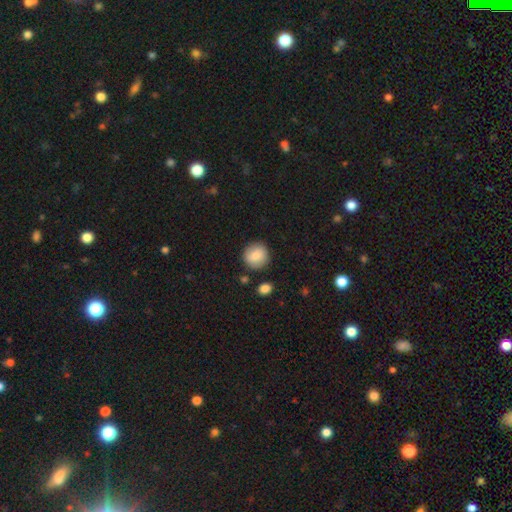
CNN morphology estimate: Smooth or featured?
  - smooth: 83% *
  - featured or disk: 9%
  - star or artifact: 8%
How rounded?
  - round: 92% *
  - in between: 7%
  - cigar-shaped: 1%
Merging?
  - none: 85% *
  - minor disturbance: 9%
  - merger: 3%
  - major disturbance: 2%